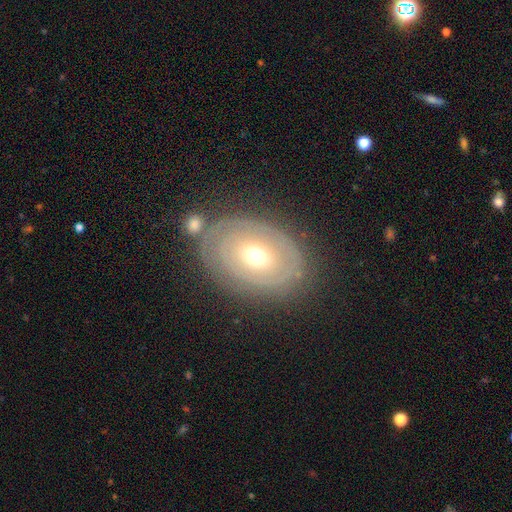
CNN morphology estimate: The model was most divided on "spiral arms": yes: 53%, no: 47%. More confident: edge-on disk — no (93%); bar — no (82%); merging — none (69%); bulge size — moderate (67%); smooth or featured — featured or disk (65%).